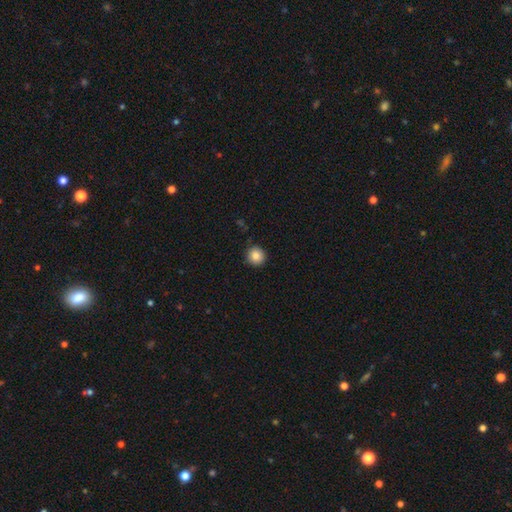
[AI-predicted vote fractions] A smooth galaxy with no disk features (85%) that is round (95%). Merging: none (90%).